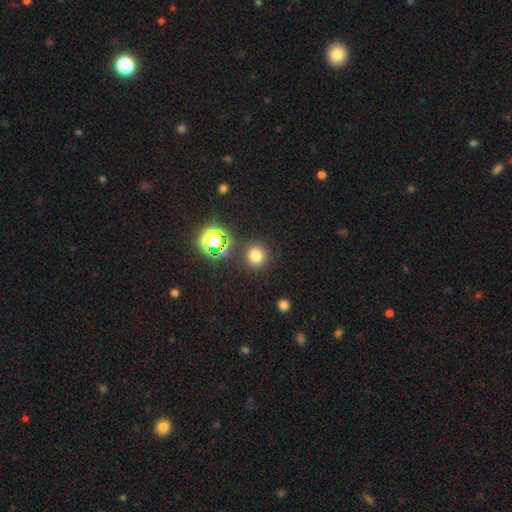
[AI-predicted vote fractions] Smooth or featured? smooth (72%)
How rounded? round (93%)
Merging? none (87%)